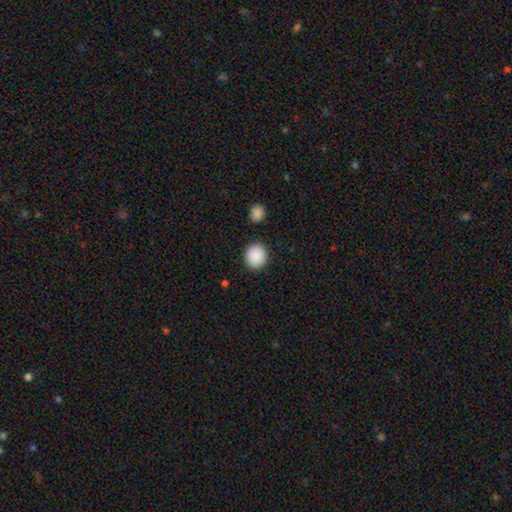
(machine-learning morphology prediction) Smooth or featured? Predicted: smooth (p=0.90). How rounded? Predicted: round (p=0.86). Merging? Predicted: none (p=0.89).